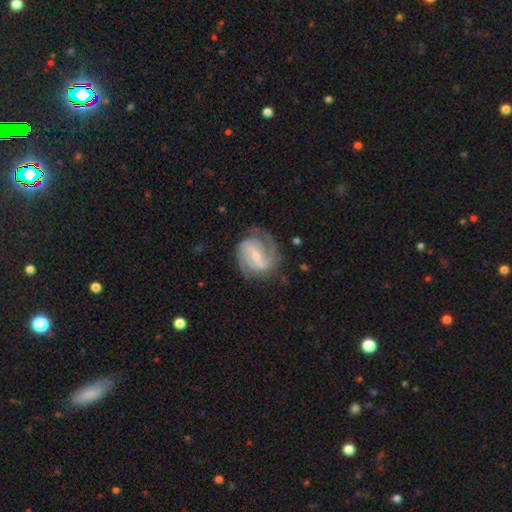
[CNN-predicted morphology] Smooth or featured?
  - featured or disk: 89% *
  - smooth: 6%
  - star or artifact: 4%
Edge-on disk?
  - no: 98% *
  - yes: 2%
Bar?
  - weak: 47% *
  - strong: 33%
  - no: 20%
Spiral arms?
  - yes: 97% *
  - no: 3%
Spiral winding?
  - tight: 48% *
  - medium: 42%
  - loose: 10%
Spiral arm count?
  - 2: 59% *
  - 3: 20%
  - can't tell: 11%
  - 4: 4%
  - 1: 4%
  - more than 4: 3%
Bulge size?
  - small: 57% *
  - moderate: 39%
  - large: 1%
  - none: 1%
  - dominant: 1%
Merging?
  - none: 72% *
  - minor disturbance: 18%
  - major disturbance: 8%
  - merger: 1%